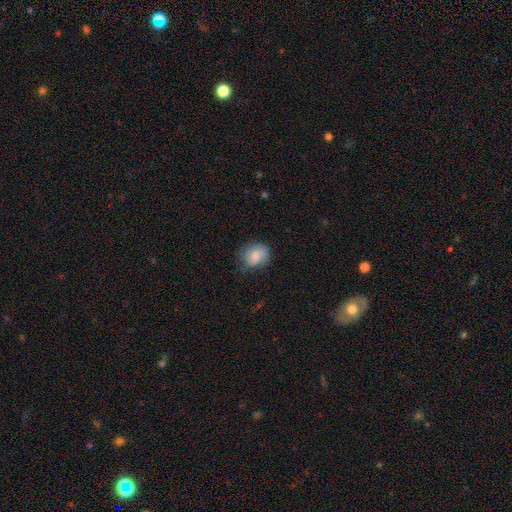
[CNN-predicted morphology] This appears to be a smooth galaxy with no disk features (68%) that is round (56%). Merging: none (59%).